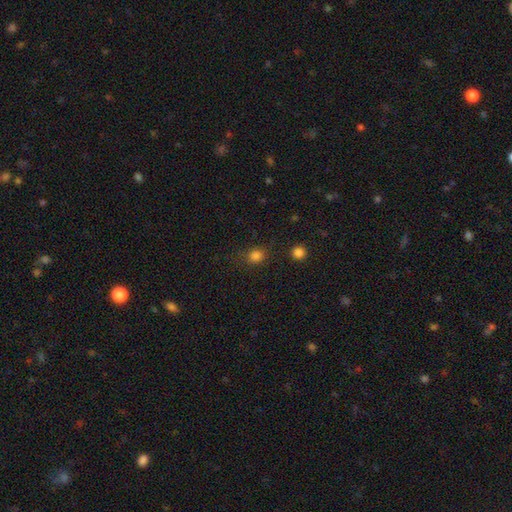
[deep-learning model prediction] smooth 81%, star or artifact 15%, featured or disk 4%. Down the decision tree: how rounded — round (72%); merging — none (79%).